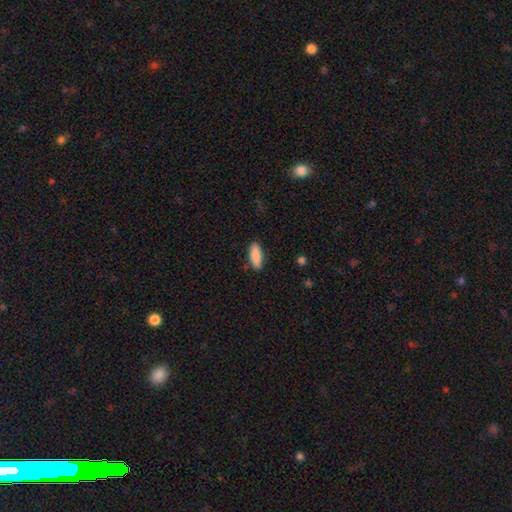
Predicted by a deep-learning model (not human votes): Q: Smooth or featured?
A: smooth (88%); runner-up: star or artifact (6%)
Q: How rounded?
A: in between (61%); runner-up: cigar-shaped (38%)
Q: Merging?
A: none (87%); runner-up: minor disturbance (10%)